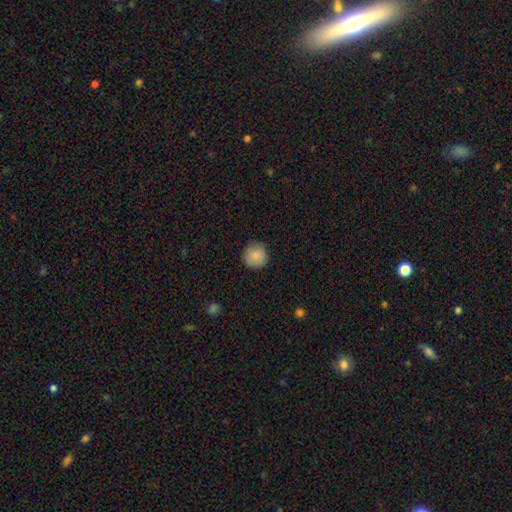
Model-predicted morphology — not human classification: Smooth or featured? smooth (86%)
How rounded? round (95%)
Merging? none (88%)